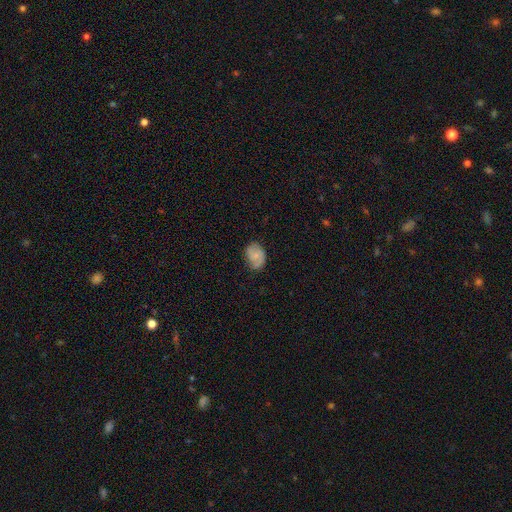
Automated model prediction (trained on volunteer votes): Smooth or featured?
  - smooth: 61% *
  - featured or disk: 31%
  - star or artifact: 8%
How rounded?
  - in between: 71% *
  - round: 28%
  - cigar-shaped: 1%
Merging?
  - none: 69% *
  - minor disturbance: 24%
  - major disturbance: 5%
  - merger: 1%